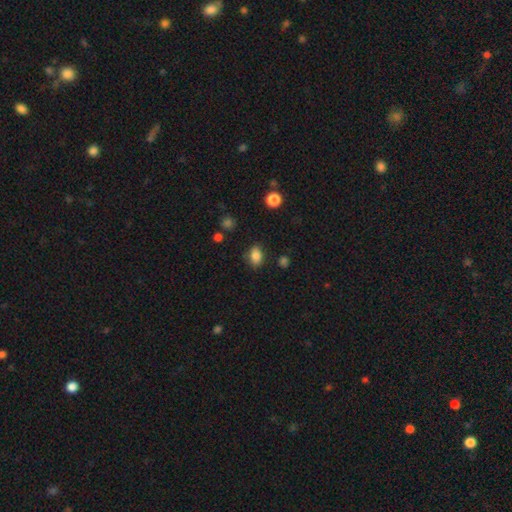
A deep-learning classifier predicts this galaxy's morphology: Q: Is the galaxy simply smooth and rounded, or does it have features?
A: smooth — 83%.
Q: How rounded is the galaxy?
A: in between — 79%.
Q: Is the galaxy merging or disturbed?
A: none — 80%.